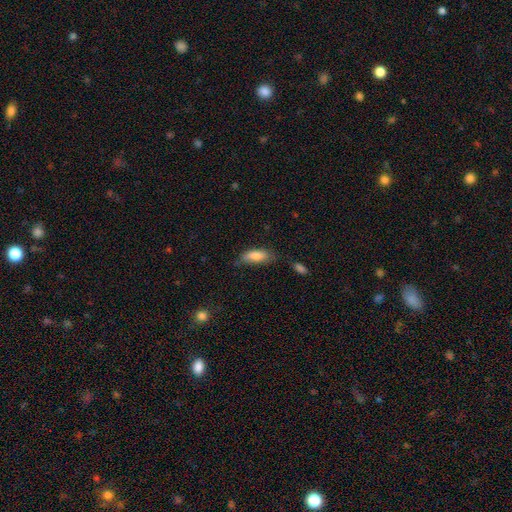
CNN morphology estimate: A smooth galaxy with no disk features (82%) that is in between round and cigar-shaped (74%). Merging: none (61%).